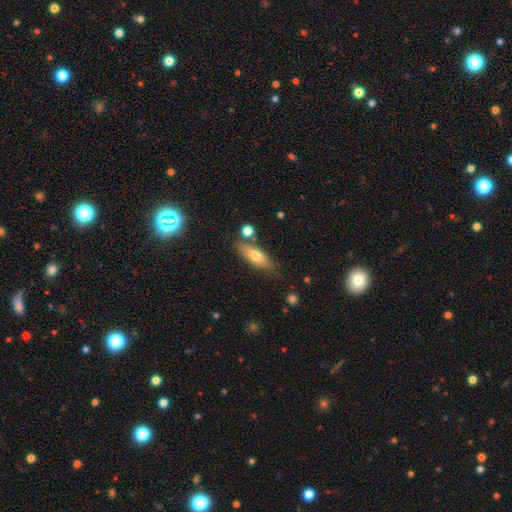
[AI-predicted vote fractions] Smooth or featured? Predicted: smooth (p=0.65). How rounded? Predicted: in between (p=0.54). Merging? Predicted: none (p=0.76).